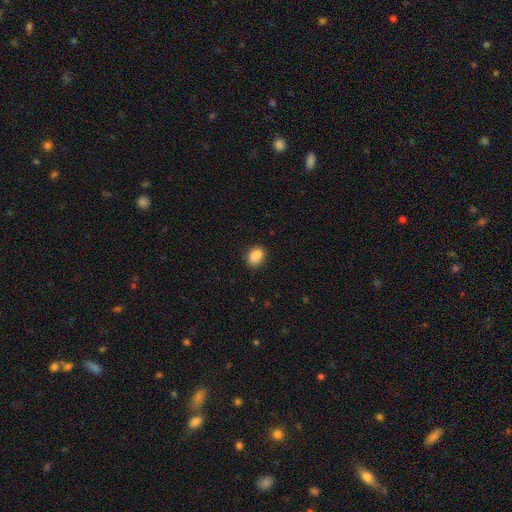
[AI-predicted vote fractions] The model was most divided on "how rounded": in between: 66%, round: 32%, cigar-shaped: 2%. More confident: smooth or featured — smooth (84%); merging — none (65%).